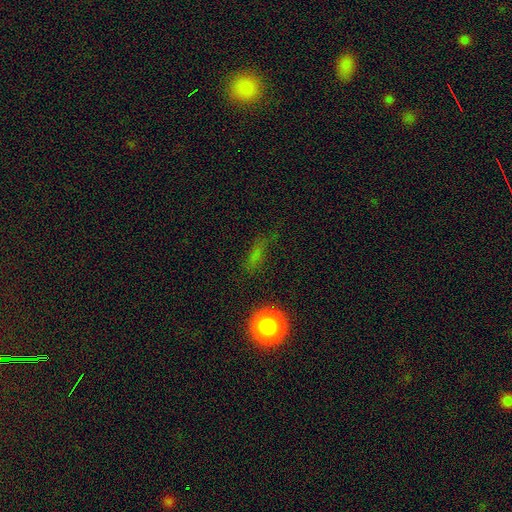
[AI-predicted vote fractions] Smooth or featured: smooth — 64% (star or artifact — 25%)
How rounded: in between — 43% (cigar-shaped — 32%)
Merging: none — 69% (minor disturbance — 16%)